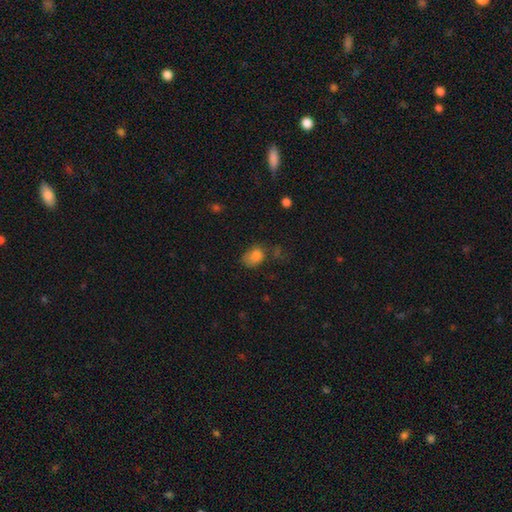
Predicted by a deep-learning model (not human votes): Smooth or featured?
  - smooth: 81% *
  - star or artifact: 11%
  - featured or disk: 8%
How rounded?
  - in between: 70% *
  - round: 28%
  - cigar-shaped: 1%
Merging?
  - none: 43% *
  - minor disturbance: 32%
  - major disturbance: 18%
  - merger: 7%